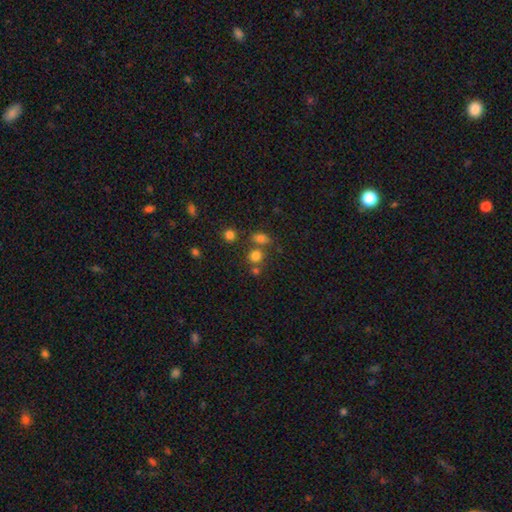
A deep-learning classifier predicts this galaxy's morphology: type=smooth (75%); roundness=round (77%); merging=none (62%).